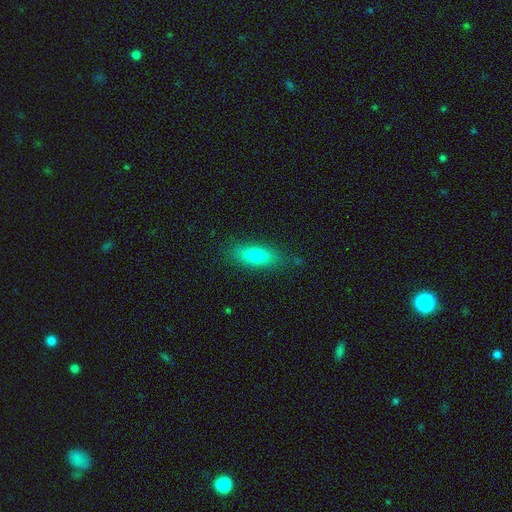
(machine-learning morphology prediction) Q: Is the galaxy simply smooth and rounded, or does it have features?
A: smooth — 77%.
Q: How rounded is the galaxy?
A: in between — 69%.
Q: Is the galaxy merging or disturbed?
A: none — 79%.